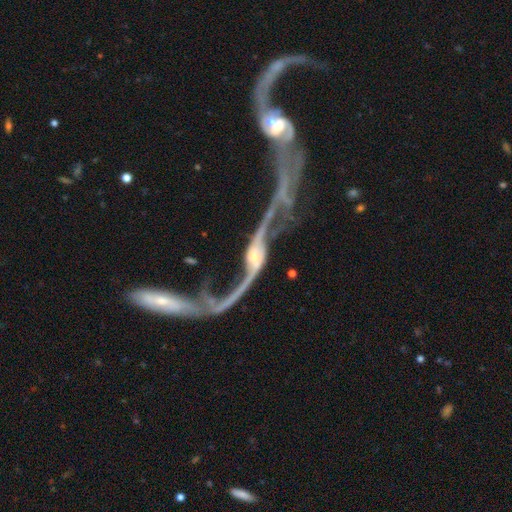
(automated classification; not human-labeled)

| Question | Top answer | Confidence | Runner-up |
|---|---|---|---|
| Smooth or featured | featured or disk | 85% | star or artifact (7%) |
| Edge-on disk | no | 79% | yes (21%) |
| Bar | no | 54% | weak (28%) |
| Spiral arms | yes | 86% | no (14%) |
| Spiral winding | loose | 92% | medium (5%) |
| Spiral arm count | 2 | 89% | can't tell (3%) |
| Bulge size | small | 47% | moderate (33%) |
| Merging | merger | 57% | major disturbance (18%) |